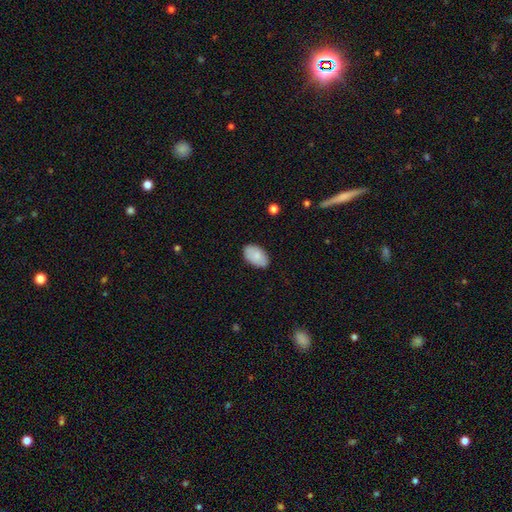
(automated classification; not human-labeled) smooth 84%, featured or disk 10%, star or artifact 6%. Down the decision tree: how rounded — in between (93%); merging — none (83%).